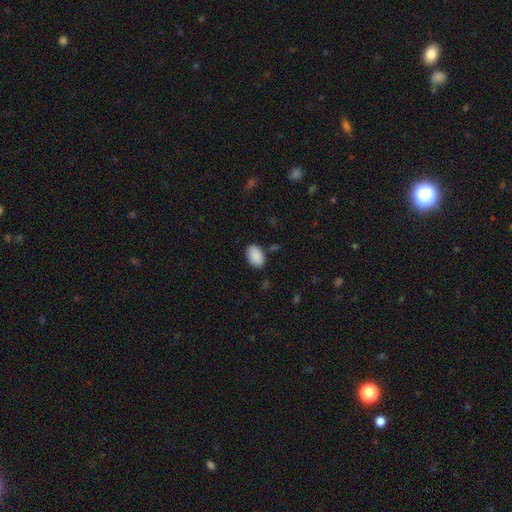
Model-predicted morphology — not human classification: Overall: smooth (90%). How rounded: in between (89%). Merging: none (81%).